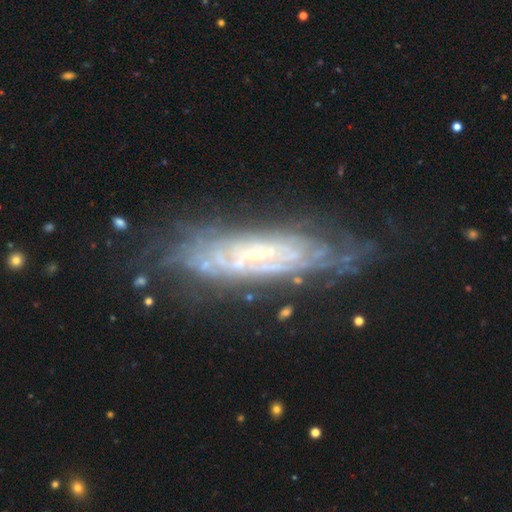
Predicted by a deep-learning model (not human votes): The model was most divided on "bar": no: 54%, weak: 31%, strong: 15%. More confident: spiral arms — yes (84%); smooth or featured — featured or disk (81%); edge-on disk — no (75%); bulge size — small (74%); spiral winding — tight (72%); merging — none (66%); spiral arm count — can't tell (61%).